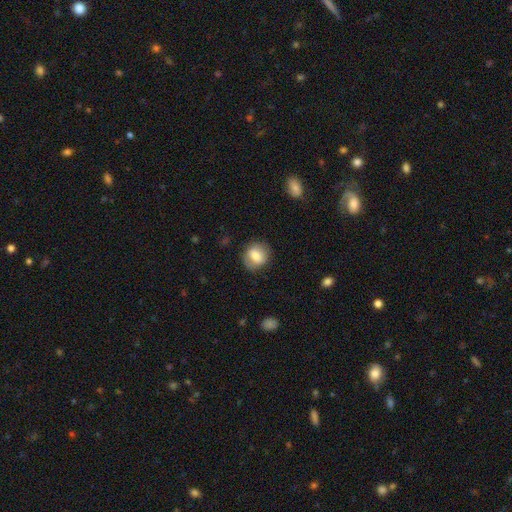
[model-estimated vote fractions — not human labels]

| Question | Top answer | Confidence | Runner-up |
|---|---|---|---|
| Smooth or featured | smooth | 72% | featured or disk (20%) |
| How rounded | round | 67% | in between (32%) |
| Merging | none | 81% | minor disturbance (13%) |